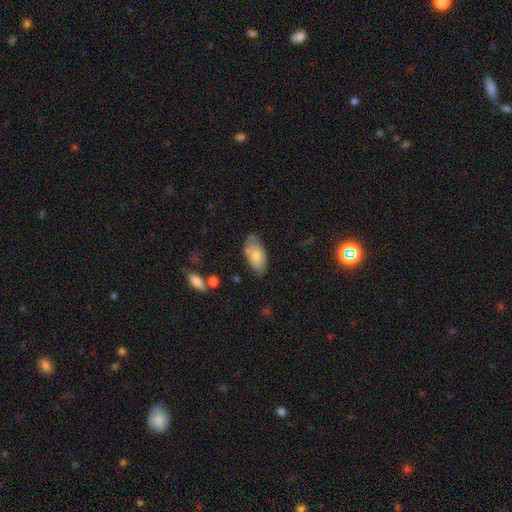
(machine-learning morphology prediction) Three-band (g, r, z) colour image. It shows a smooth galaxy with no disk features (69%) that is in between round and cigar-shaped (93%). Merging: none (60%).